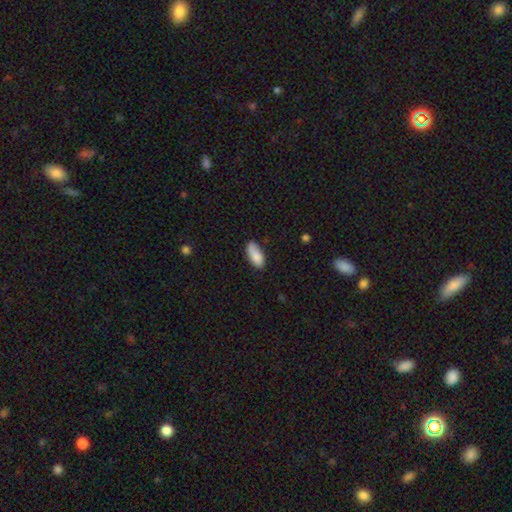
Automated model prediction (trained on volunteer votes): Smooth or featured? smooth (87%)
How rounded? in between (86%)
Merging? none (73%)